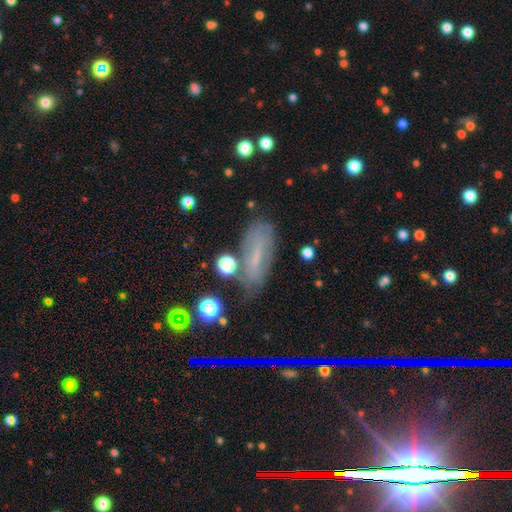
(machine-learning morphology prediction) Smooth or featured: smooth — 40% (featured or disk — 39%)
Merging: none — 67% (minor disturbance — 20%)